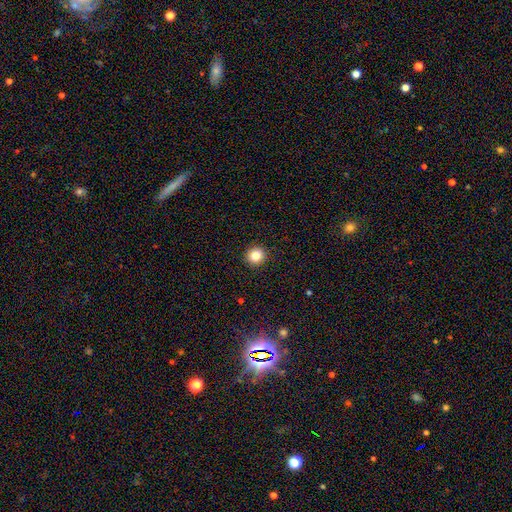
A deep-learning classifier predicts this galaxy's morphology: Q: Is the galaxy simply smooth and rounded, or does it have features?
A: smooth — 84%.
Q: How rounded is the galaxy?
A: round — 94%.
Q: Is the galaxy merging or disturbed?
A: none — 93%.